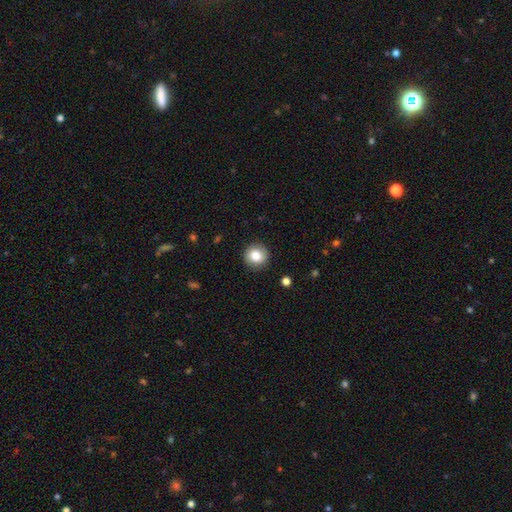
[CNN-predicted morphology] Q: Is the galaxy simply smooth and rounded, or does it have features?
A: smooth — 81%.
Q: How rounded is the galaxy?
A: round — 94%.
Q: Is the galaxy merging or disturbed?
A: none — 91%.